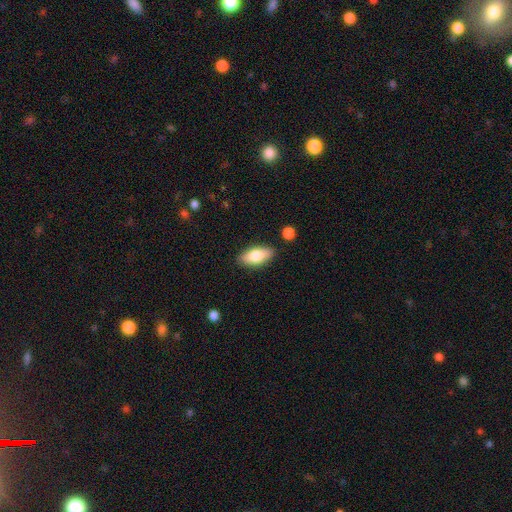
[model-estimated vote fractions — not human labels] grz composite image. It shows a smooth galaxy with no disk features (75%) that is in between round and cigar-shaped (84%). Merging: none (86%).